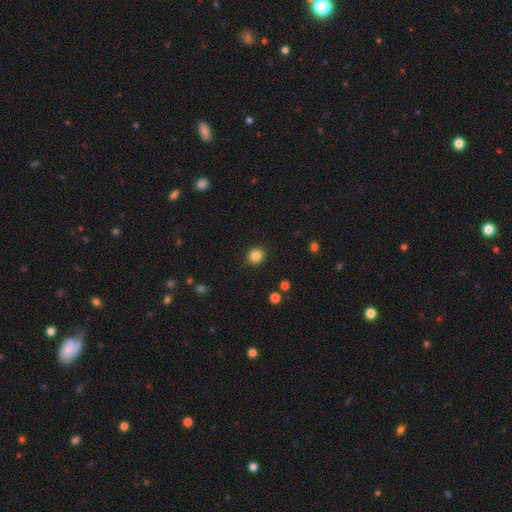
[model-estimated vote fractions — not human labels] Smooth or featured?
  - smooth: 85% *
  - star or artifact: 11%
  - featured or disk: 4%
How rounded?
  - round: 86% *
  - in between: 13%
  - cigar-shaped: 1%
Merging?
  - none: 90% *
  - minor disturbance: 7%
  - major disturbance: 2%
  - merger: 1%